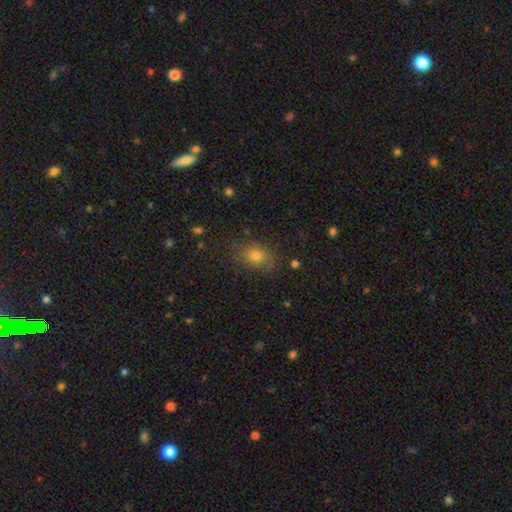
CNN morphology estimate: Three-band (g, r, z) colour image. It shows a smooth galaxy with no disk features (75%) that is in between round and cigar-shaped (67%). Merging: none (77%).